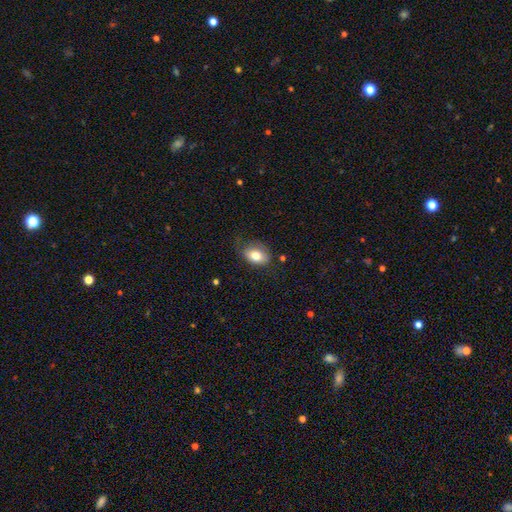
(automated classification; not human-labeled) smooth_or_featured: smooth (p=0.79) [alt: featured or disk p=0.13]
how_rounded: in between (p=0.81) [alt: round p=0.18]
merging: none (p=0.62) [alt: minor disturbance p=0.27]